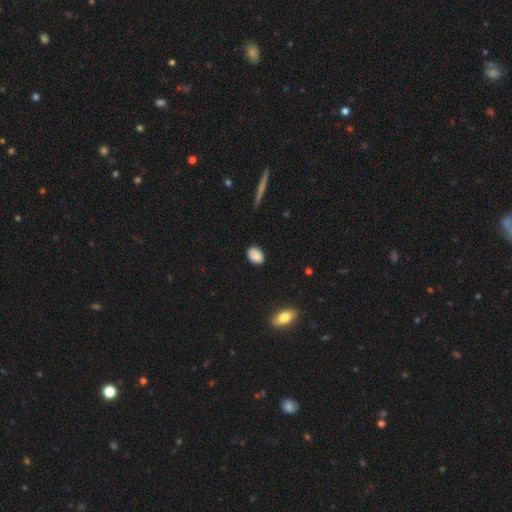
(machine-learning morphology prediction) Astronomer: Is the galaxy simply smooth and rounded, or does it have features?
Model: smooth — 86%.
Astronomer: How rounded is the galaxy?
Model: in between — 73%.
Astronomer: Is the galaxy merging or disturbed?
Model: none — 84%.